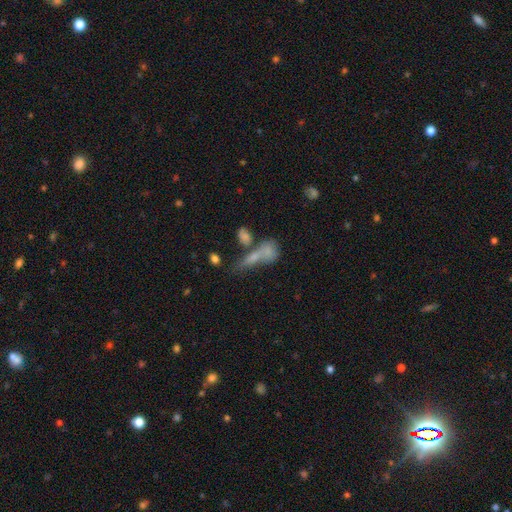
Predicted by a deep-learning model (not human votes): The model was most divided on "how rounded": in between: 47%, cigar-shaped: 36%, round: 17%. Remaining: smooth or featured — smooth (59%); merging — merger (46%).